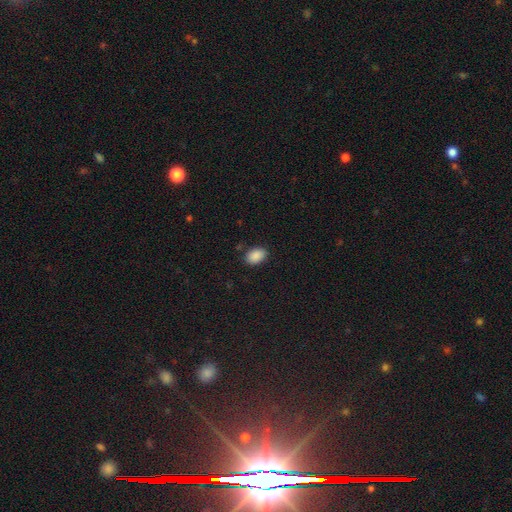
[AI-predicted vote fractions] smooth-or-featured: smooth: 89% | star or artifact: 8% | featured or disk: 3%
  how-rounded: in between: 83% | round: 16% | cigar-shaped: 1%
  merging: none: 86% | minor disturbance: 10% | major disturbance: 3% | merger: 1%